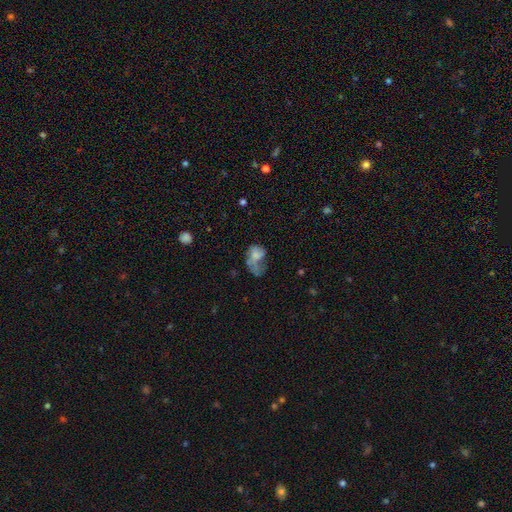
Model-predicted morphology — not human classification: smooth_or_featured: smooth (p=0.49) [alt: featured or disk p=0.37]
merging: major disturbance (p=0.51) [alt: none p=0.19]